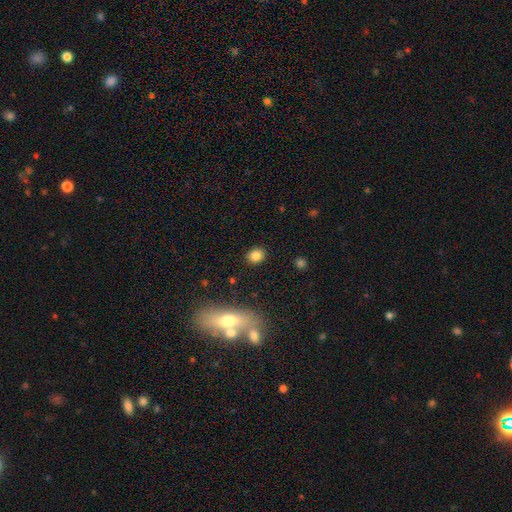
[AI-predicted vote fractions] smooth_or_featured: smooth (p=0.84) [alt: star or artifact p=0.10]
how_rounded: round (p=0.66) [alt: in between p=0.33]
merging: none (p=0.89) [alt: minor disturbance p=0.07]